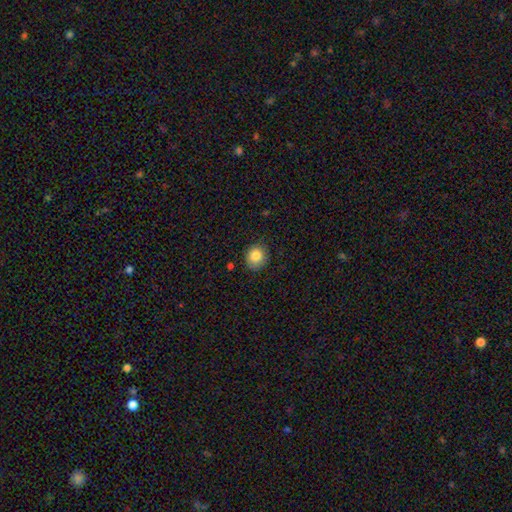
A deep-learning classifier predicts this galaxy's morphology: This appears to be a smooth galaxy with no disk features (84%) that is round (80%). Merging: none (82%).